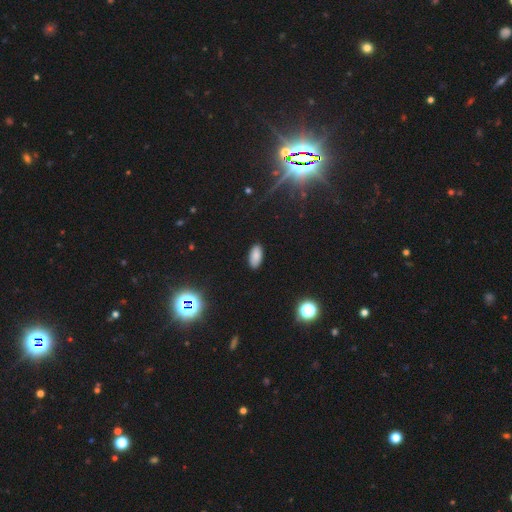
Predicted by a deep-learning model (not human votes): Smooth or featured?
  - smooth: 83% *
  - star or artifact: 12%
  - featured or disk: 5%
How rounded?
  - in between: 92% *
  - cigar-shaped: 5%
  - round: 2%
Merging?
  - none: 89% *
  - minor disturbance: 8%
  - major disturbance: 2%
  - merger: 1%